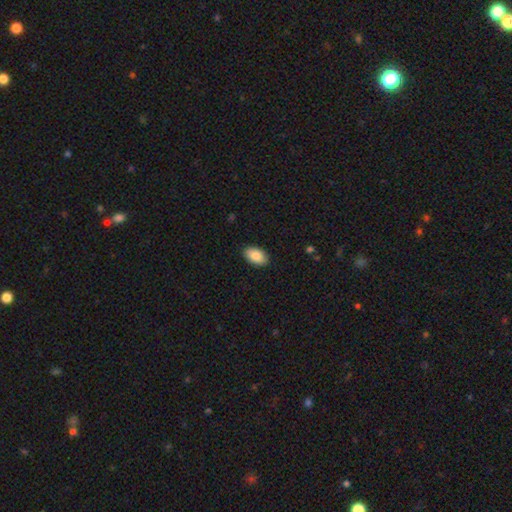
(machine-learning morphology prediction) Q: Smooth or featured?
A: smooth (88%); runner-up: star or artifact (6%)
Q: How rounded?
A: in between (94%); runner-up: round (4%)
Q: Merging?
A: none (89%); runner-up: minor disturbance (8%)